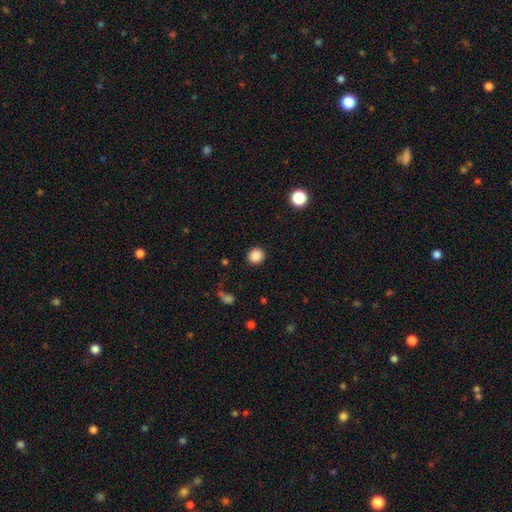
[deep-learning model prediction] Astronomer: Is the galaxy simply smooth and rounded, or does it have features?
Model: smooth — 87%.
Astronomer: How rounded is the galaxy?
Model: round — 91%.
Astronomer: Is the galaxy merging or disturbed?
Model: none — 90%.